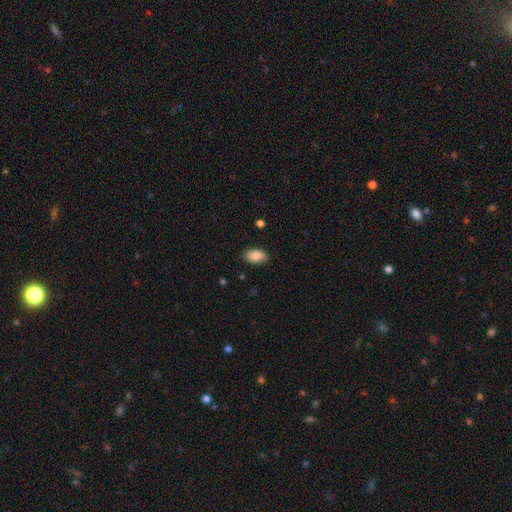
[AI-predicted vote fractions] smooth_or_featured: smooth (p=0.85) [alt: featured or disk p=0.08]
how_rounded: in between (p=0.93) [alt: round p=0.06]
merging: none (p=0.88) [alt: minor disturbance p=0.09]